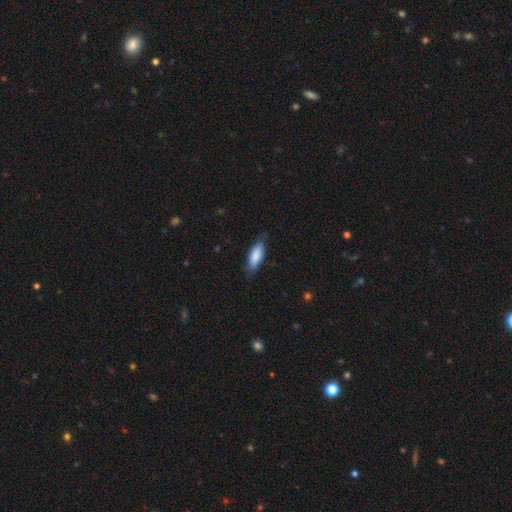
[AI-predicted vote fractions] Smooth or featured? Predicted: smooth (p=0.80). How rounded? Predicted: in between (p=0.70). Merging? Predicted: none (p=0.72).